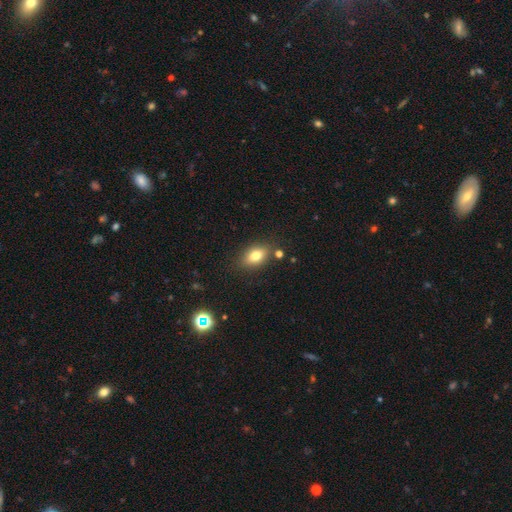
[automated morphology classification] type=smooth (78%); roundness=in between (82%); merging=none (81%).